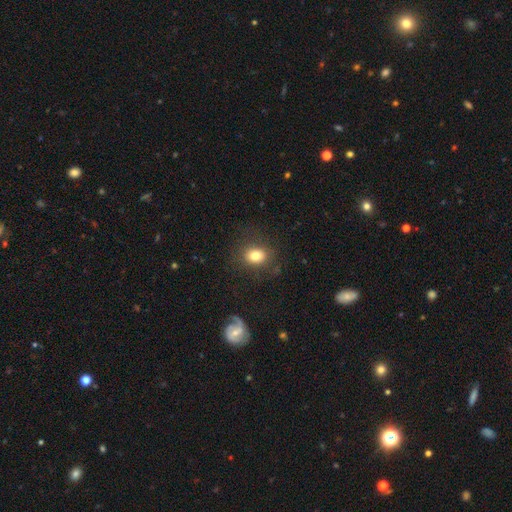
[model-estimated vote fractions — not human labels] A smooth galaxy with no disk features (79%) that is in between round and cigar-shaped (50%).

Vote fractions:
- Smooth or featured? smooth: 79% / star or artifact: 11% / featured or disk: 10%
- How rounded? in between: 50% / round: 49% / cigar-shaped: 1%
- Merging? none: 81% / minor disturbance: 12% / major disturbance: 6% / merger: 2%